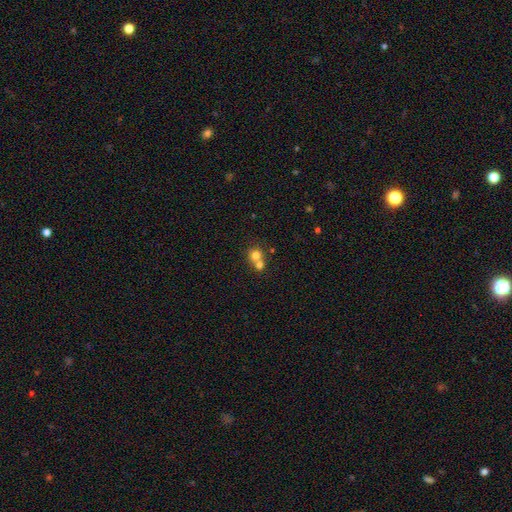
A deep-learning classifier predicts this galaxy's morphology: The model was most divided on "merging": merger: 54%, none: 39%, minor disturbance: 5%, major disturbance: 2%. More confident: how rounded — round (85%); smooth or featured — smooth (74%).